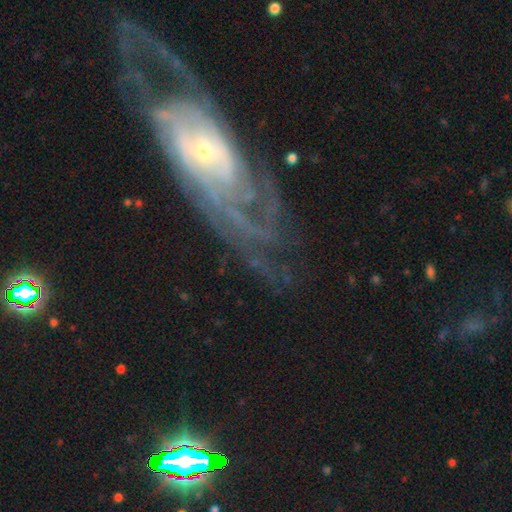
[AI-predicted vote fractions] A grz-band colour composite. It shows a featured or disk galaxy (85%) with no bar (64%), tight (62%) spiral arms (96%) and a small central bulge (73%). Merging: none (68%).